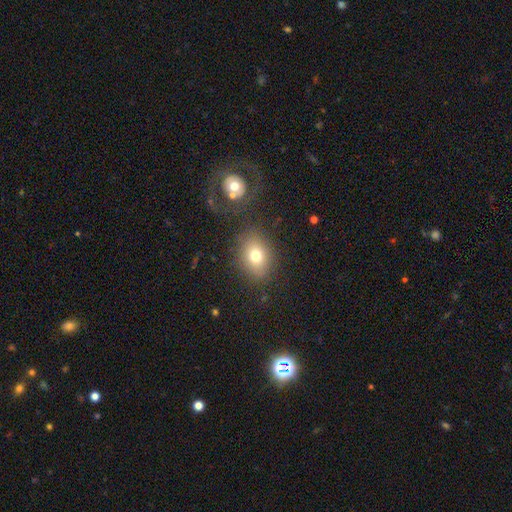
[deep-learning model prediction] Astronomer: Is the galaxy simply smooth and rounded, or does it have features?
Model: smooth — 74%.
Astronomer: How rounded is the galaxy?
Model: in between — 55% (runner-up: round, 44%).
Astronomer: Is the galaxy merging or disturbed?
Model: none — 80%.